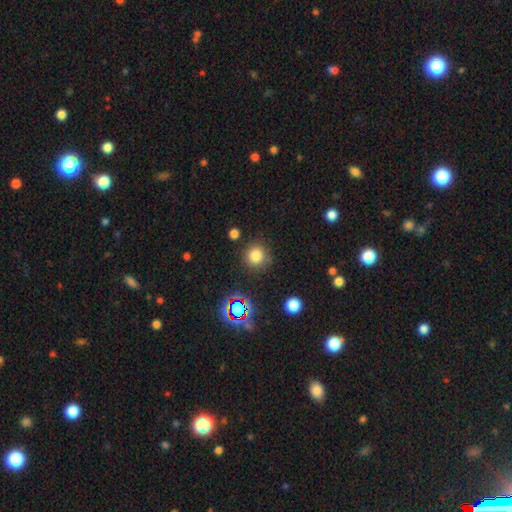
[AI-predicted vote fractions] A smooth galaxy with no disk features (77%) that is round (92%). Merging: none (83%).